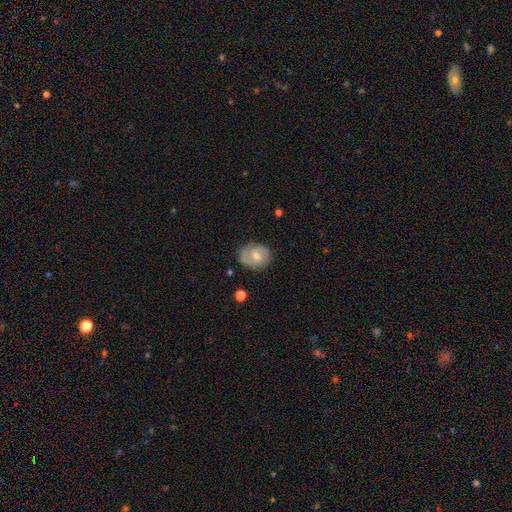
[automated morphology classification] Smooth or featured: featured or disk — 53% (smooth — 40%)
Edge-on disk: no — 97% (yes — 3%)
Bar: no — 62% (weak — 33%)
Spiral arms: yes — 81% (no — 19%)
Bulge size: moderate — 52% (small — 43%)
Merging: none — 76% (minor disturbance — 18%)